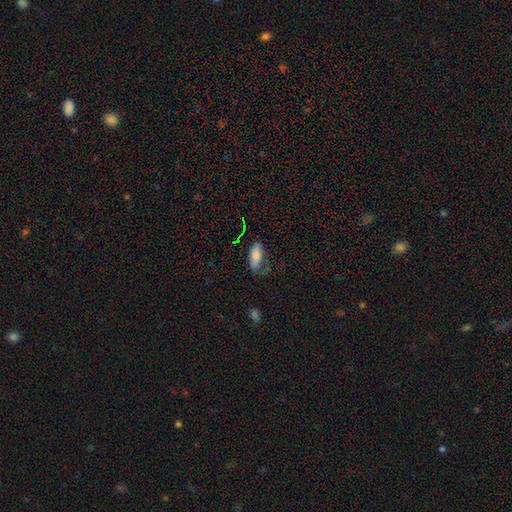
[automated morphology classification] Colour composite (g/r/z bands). It shows a smooth galaxy with no disk features (81%) that is in between round and cigar-shaped (80%). Merging: none (55%).